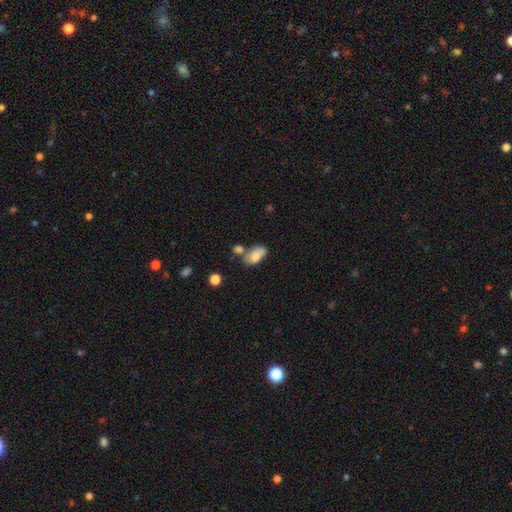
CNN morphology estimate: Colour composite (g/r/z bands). It shows a smooth galaxy with no disk features (70%) that is in between round and cigar-shaped (89%). Merging: none (39%).